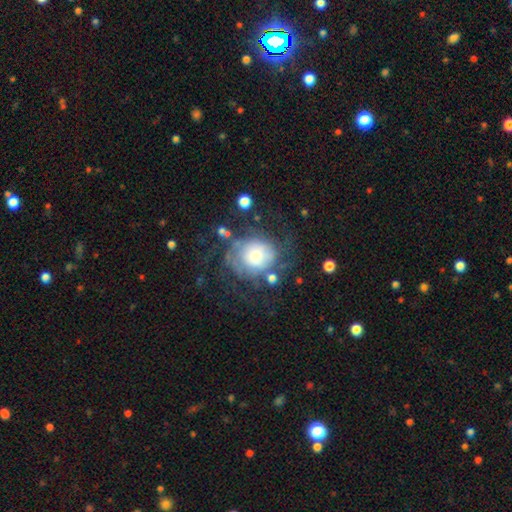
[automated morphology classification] Overall: featured or disk (50%; smooth 40%). Edge-on disk: no (97%). Merging: none (46%; major disturbance 27%).